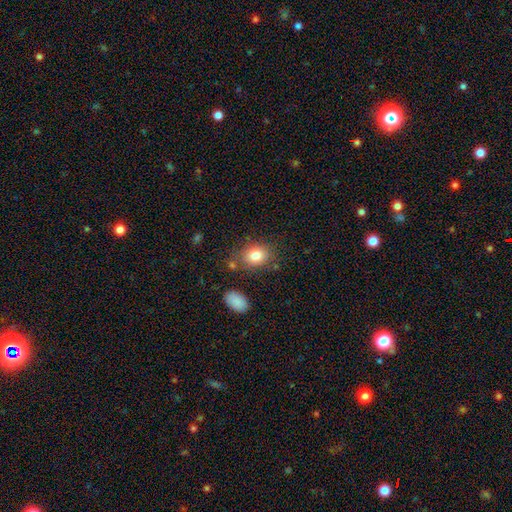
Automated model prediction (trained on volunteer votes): smooth 82%, star or artifact 9%, featured or disk 9%. Down the decision tree: how rounded — in between (60%); merging — none (73%).